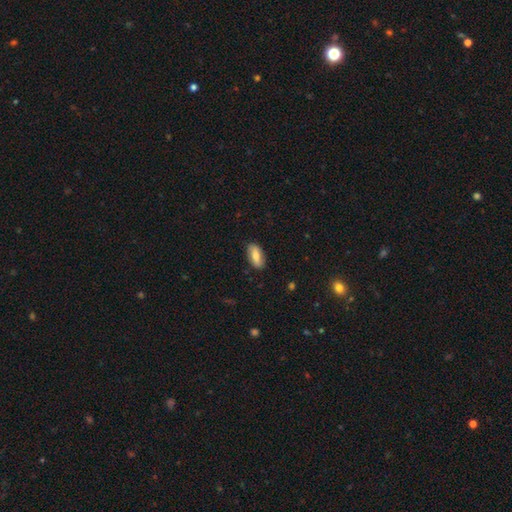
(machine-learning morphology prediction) The model was most divided on "smooth or featured": smooth: 73%, featured or disk: 21%, star or artifact: 7%. More confident: how rounded — in between (86%); merging — none (84%).